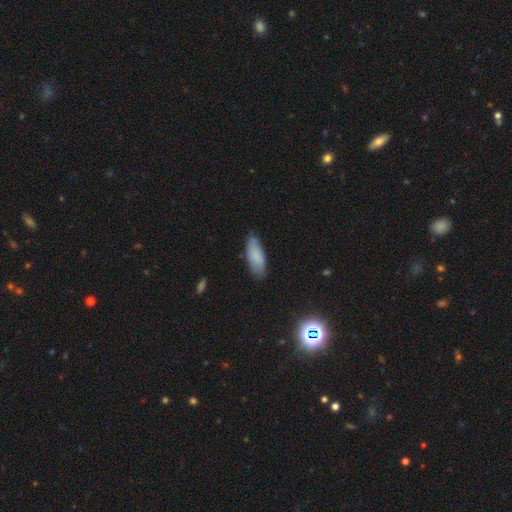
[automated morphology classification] This appears to be a smooth galaxy with no disk features (84%) that is in between round and cigar-shaped (68%). Merging: none (80%).